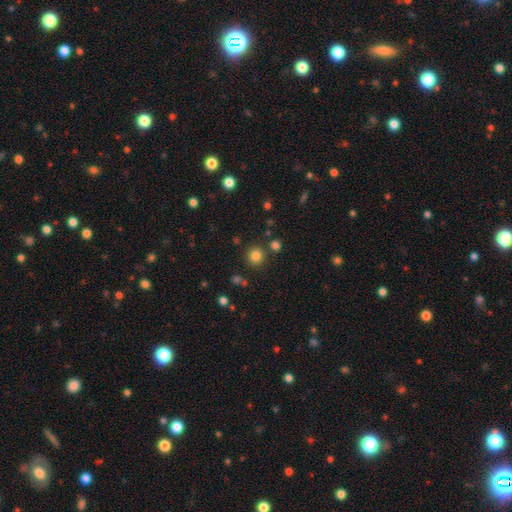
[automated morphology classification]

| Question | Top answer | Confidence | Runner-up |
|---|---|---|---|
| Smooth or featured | smooth | 81% | star or artifact (14%) |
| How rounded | round | 92% | in between (8%) |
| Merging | none | 85% | minor disturbance (7%) |